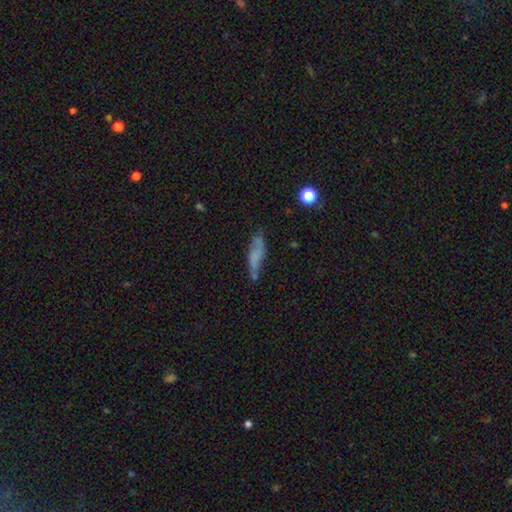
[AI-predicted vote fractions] Q: Smooth or featured?
A: smooth (53%); runner-up: featured or disk (35%)
Q: How rounded?
A: cigar-shaped (62%); runner-up: in between (34%)
Q: Merging?
A: none (51%); runner-up: minor disturbance (27%)